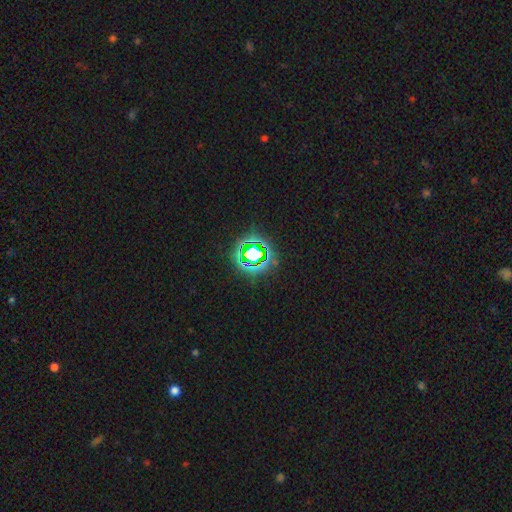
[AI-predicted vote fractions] smooth_or_featured: star or artifact (p=0.69) [alt: smooth p=0.19]